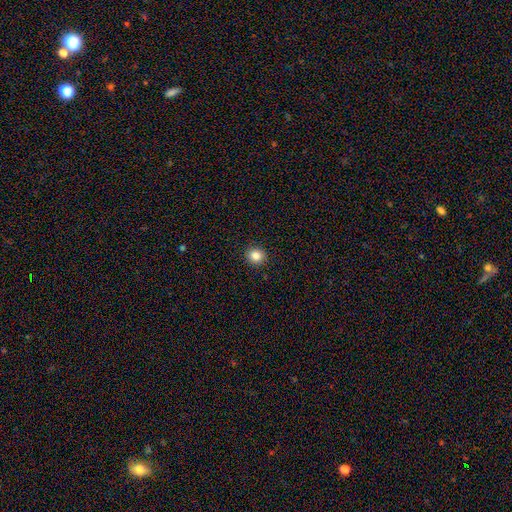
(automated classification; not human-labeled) Q: Smooth or featured?
A: smooth (84%); runner-up: star or artifact (11%)
Q: How rounded?
A: round (85%); runner-up: in between (14%)
Q: Merging?
A: none (92%); runner-up: minor disturbance (5%)